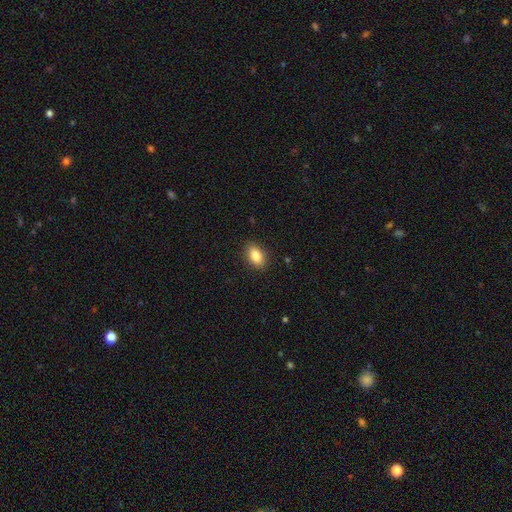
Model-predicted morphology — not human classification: smooth 86%, star or artifact 8%, featured or disk 7%. Down the decision tree: how rounded — in between (88%); merging — none (88%).